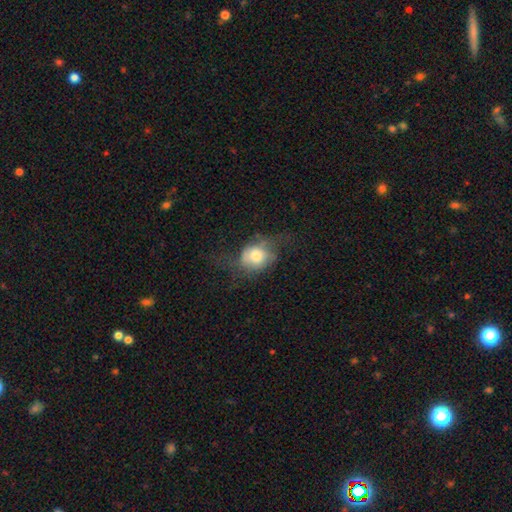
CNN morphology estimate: Overall: smooth (65%; featured or disk 26%). How rounded: round (56%; in between 43%). Merging: none (40%; major disturbance 31%).